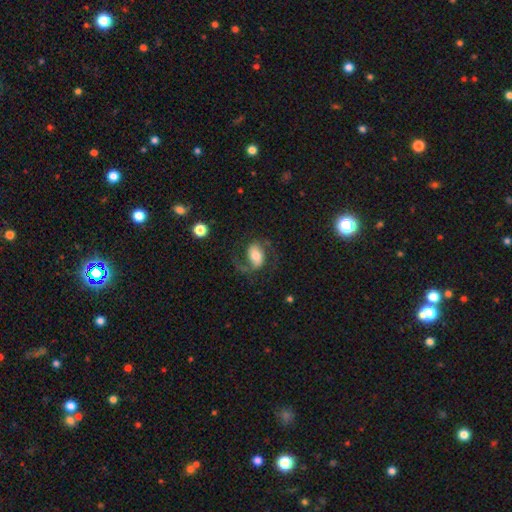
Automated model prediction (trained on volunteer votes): Smooth or featured? Predicted: featured or disk (p=0.69). Edge-on disk? Predicted: no (p=0.97). Bar? Predicted: weak (p=0.37). Spiral arms? Predicted: yes (p=0.91). Spiral winding? Predicted: medium (p=0.49). Spiral arm count? Predicted: 2 (p=0.90). Bulge size? Predicted: moderate (p=0.56). Merging? Predicted: none (p=0.67).